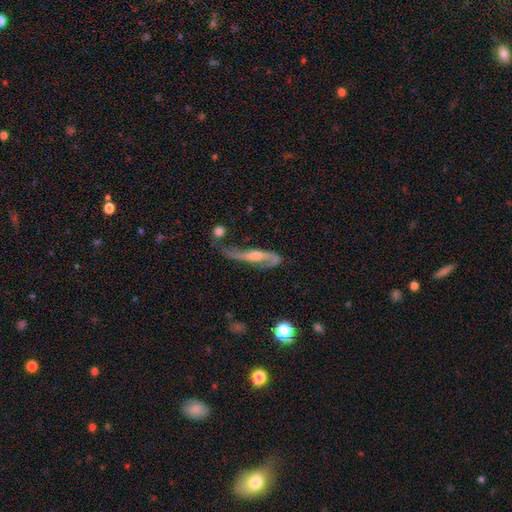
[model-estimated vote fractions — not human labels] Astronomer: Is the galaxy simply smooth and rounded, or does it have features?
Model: featured or disk — 77%.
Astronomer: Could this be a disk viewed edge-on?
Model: no — 67%.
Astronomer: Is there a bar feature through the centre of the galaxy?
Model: no — 49% (runner-up: weak, 34%).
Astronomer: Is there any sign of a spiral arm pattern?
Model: yes — 88%.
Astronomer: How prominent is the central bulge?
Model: moderate — 52% (runner-up: small, 28%).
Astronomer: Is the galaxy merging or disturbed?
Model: none — 41% (runner-up: major disturbance, 25%).